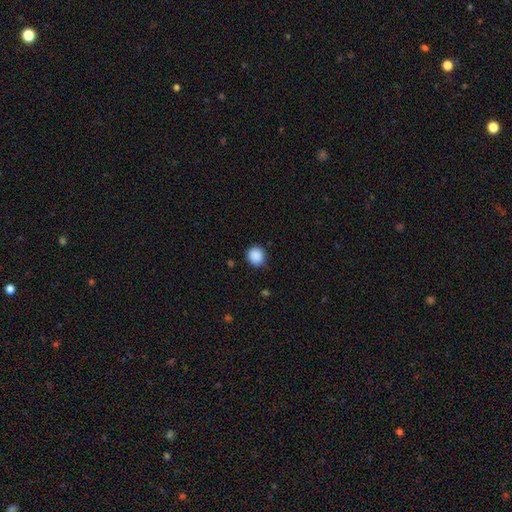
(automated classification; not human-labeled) smooth-or-featured: smooth: 89% | star or artifact: 9% | featured or disk: 2%
  how-rounded: round: 90% | in between: 9% | cigar-shaped: 1%
  merging: none: 85% | minor disturbance: 11% | major disturbance: 3% | merger: 1%